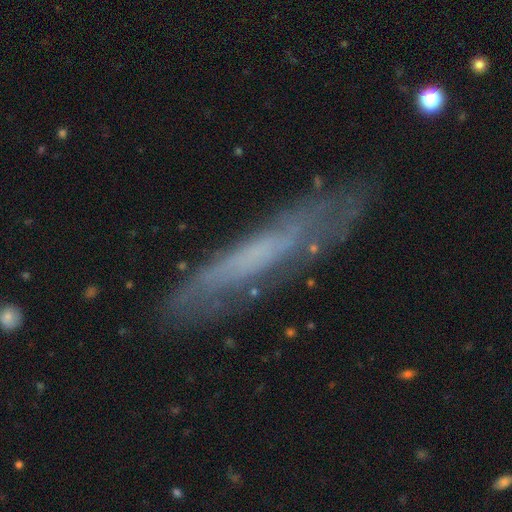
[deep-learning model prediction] smooth-or-featured: featured or disk: 58% | smooth: 32% | star or artifact: 9%
  disk-edge-on: yes: 61% | no: 39%
  merging: none: 75% | minor disturbance: 17% | major disturbance: 6% | merger: 2%